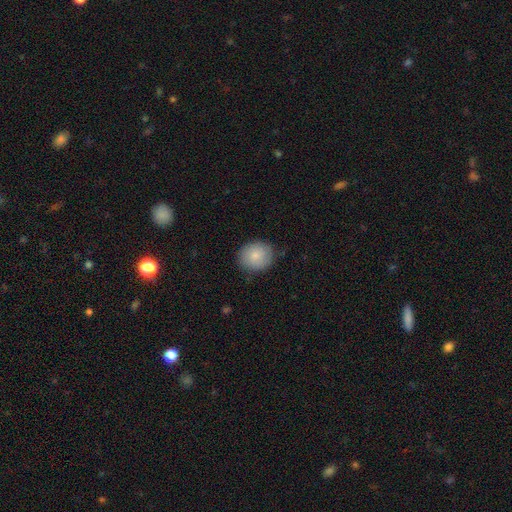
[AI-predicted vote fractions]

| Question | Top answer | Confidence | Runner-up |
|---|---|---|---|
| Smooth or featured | smooth | 84% | featured or disk (9%) |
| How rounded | round | 69% | in between (30%) |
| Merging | none | 81% | minor disturbance (14%) |